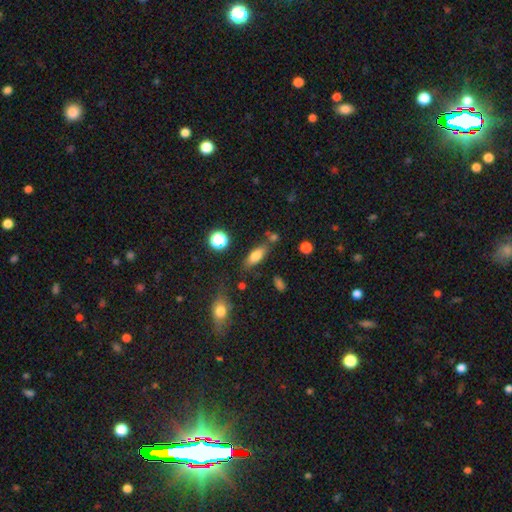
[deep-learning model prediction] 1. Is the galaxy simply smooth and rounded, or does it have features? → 76% smooth, 13% featured or disk, 11% star or artifact.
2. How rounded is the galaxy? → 76% in between, 19% cigar-shaped, 5% round.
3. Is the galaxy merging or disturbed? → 68% none, 17% minor disturbance, 10% merger, 6% major disturbance.